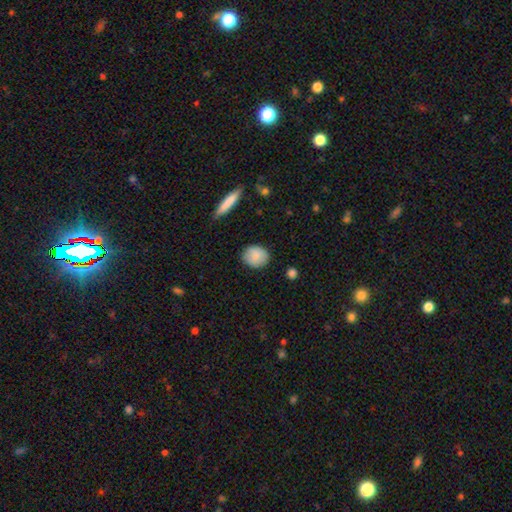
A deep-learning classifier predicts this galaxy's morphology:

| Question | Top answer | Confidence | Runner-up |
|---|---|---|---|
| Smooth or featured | smooth | 86% | featured or disk (8%) |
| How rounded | round | 70% | in between (28%) |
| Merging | none | 88% | minor disturbance (9%) |